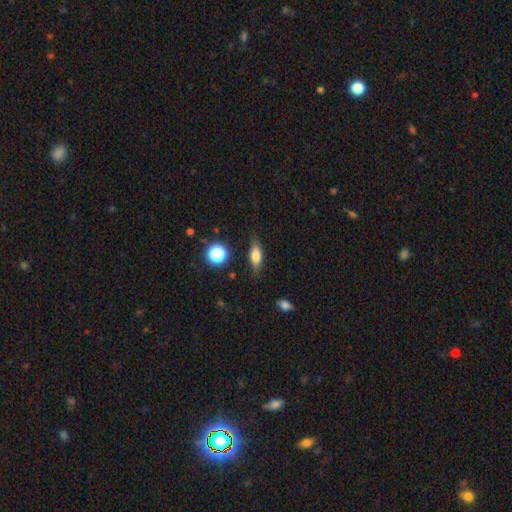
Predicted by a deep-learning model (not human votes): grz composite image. It shows a smooth galaxy with no disk features (66%) that is in between round and cigar-shaped (60%). Merging: none (82%).